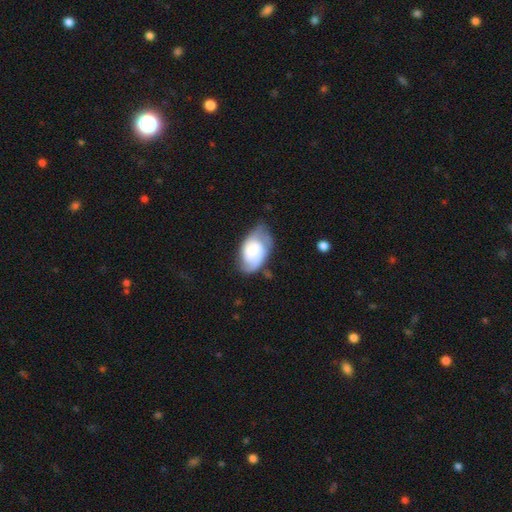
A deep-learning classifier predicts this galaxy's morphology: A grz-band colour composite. It shows a featured or disk galaxy (58%) with no bar (67%), spiral arms (86%) and a small central bulge (40%). Merging: none (48%).